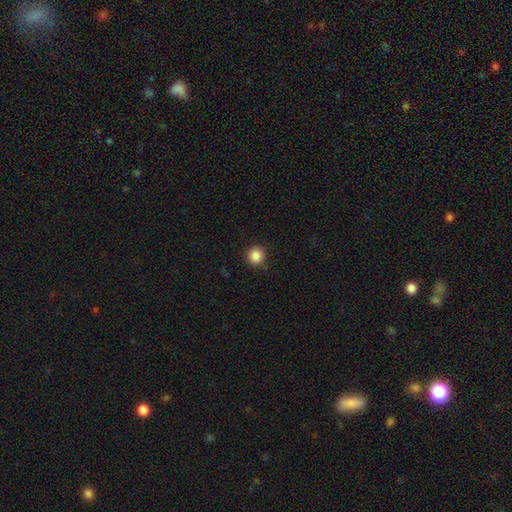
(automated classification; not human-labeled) A smooth galaxy with no disk features (86%) that is round (94%).

Vote fractions:
- Smooth or featured? smooth: 86% / star or artifact: 11% / featured or disk: 3%
- How rounded? round: 94% / in between: 5% / cigar-shaped: 1%
- Merging? none: 86% / minor disturbance: 10% / major disturbance: 2% / merger: 1%